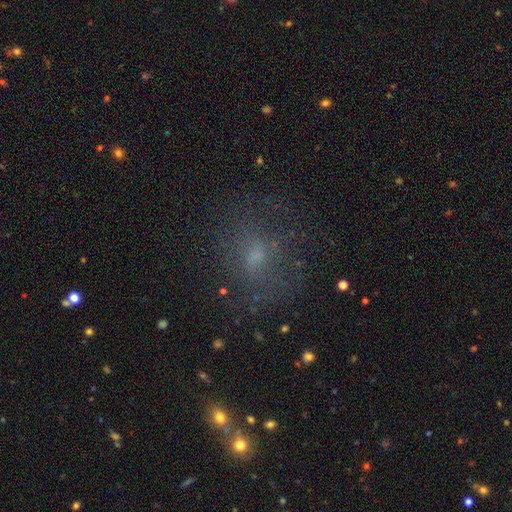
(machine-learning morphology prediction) This appears to be a smooth galaxy with no disk features (46%). Merging: none (69%).